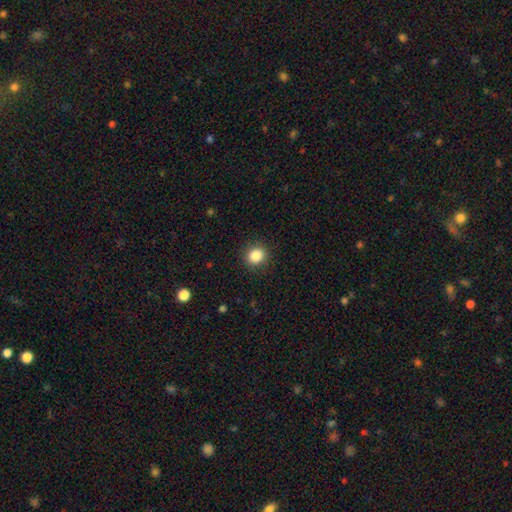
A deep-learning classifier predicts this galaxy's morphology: This is clearly a smooth galaxy (86%). How rounded: clearly round (86%). Merging: clearly none (90%).